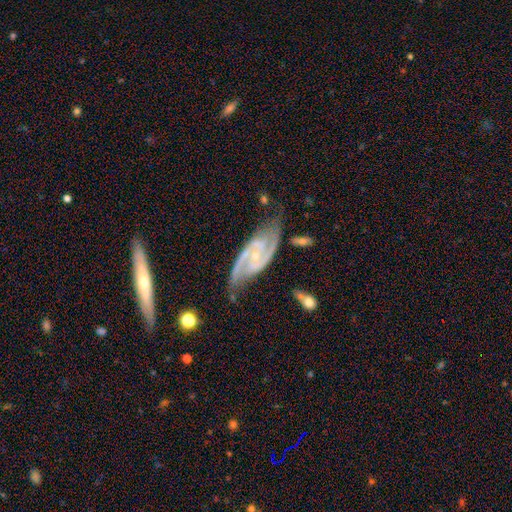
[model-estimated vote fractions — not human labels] The model was most divided on "bar": no: 50%, weak: 35%, strong: 15%. More confident: spiral arms — yes (98%); edge-on disk — no (95%); smooth or featured — featured or disk (92%); spiral arm count — 2 (88%); bulge size — small (73%); merging — none (68%); spiral winding — medium (51%).